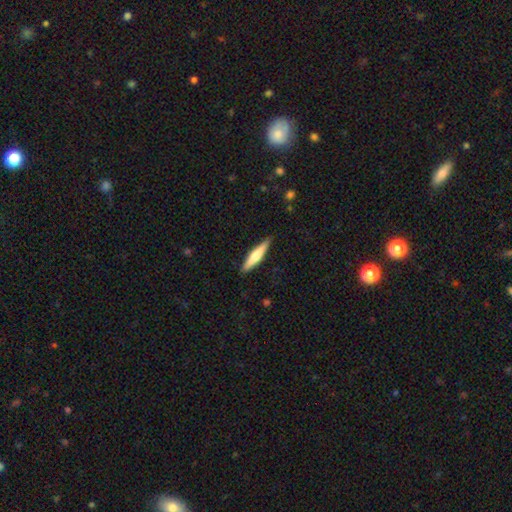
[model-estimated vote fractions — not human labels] Smooth or featured?
  - smooth: 52% *
  - featured or disk: 43%
  - star or artifact: 5%
How rounded?
  - cigar-shaped: 87% *
  - in between: 12%
  - round: 1%
Merging?
  - none: 89% *
  - minor disturbance: 9%
  - major disturbance: 2%
  - merger: 1%